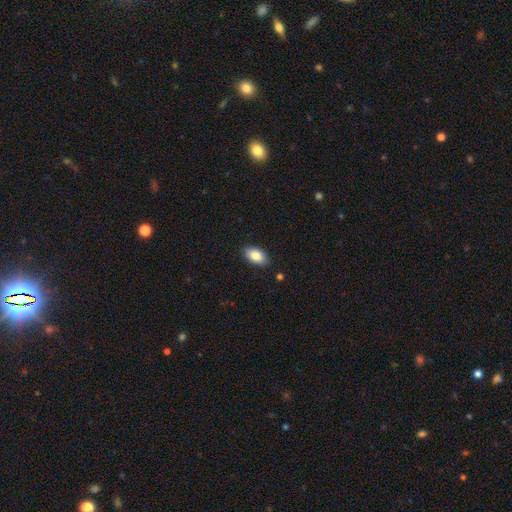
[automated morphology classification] smooth-or-featured: smooth: 84% | featured or disk: 9% | star or artifact: 7%
  how-rounded: in between: 94% | round: 4% | cigar-shaped: 2%
  merging: none: 88% | minor disturbance: 9% | major disturbance: 2% | merger: 1%